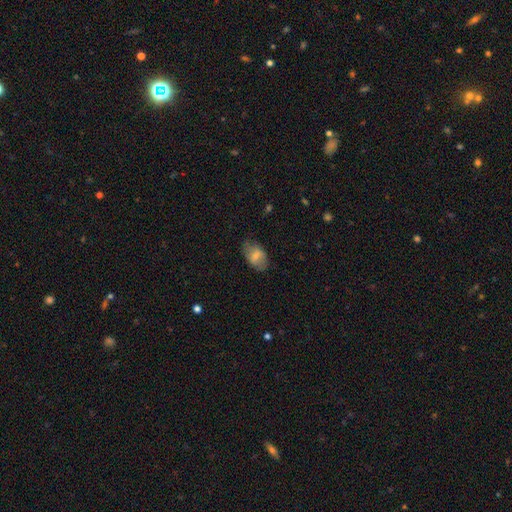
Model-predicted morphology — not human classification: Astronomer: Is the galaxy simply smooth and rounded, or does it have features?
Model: smooth — 63%.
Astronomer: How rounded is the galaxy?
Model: in between — 89%.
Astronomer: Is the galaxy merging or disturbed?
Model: none — 70%.